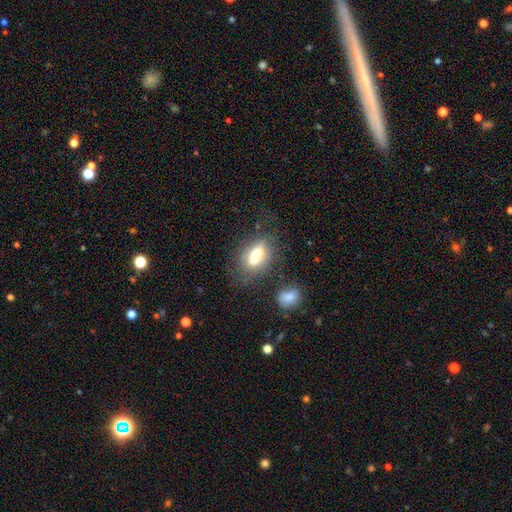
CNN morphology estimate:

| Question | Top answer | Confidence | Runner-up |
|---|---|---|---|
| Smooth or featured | smooth | 72% | featured or disk (18%) |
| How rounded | in between | 78% | cigar-shaped (15%) |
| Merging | none | 60% | minor disturbance (21%) |